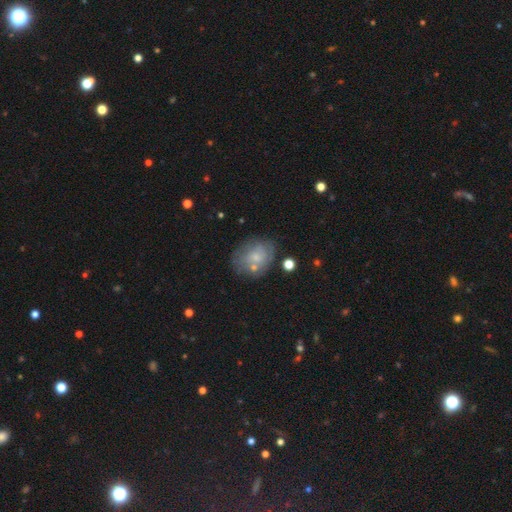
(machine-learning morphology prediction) smooth 50%, featured or disk 39%, star or artifact 11%. Down the decision tree: how rounded — in between (57%); merging — none (58%).